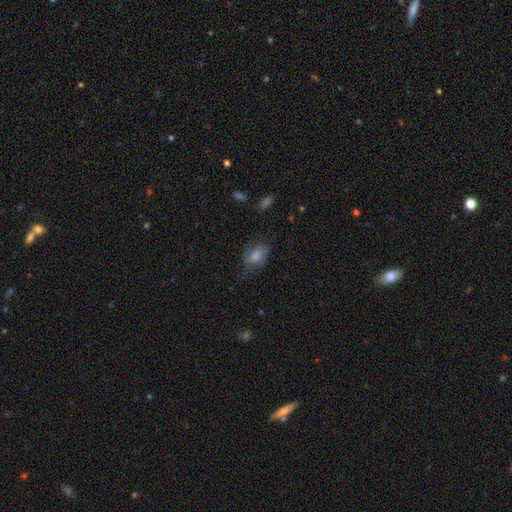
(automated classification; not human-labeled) smooth 52%, featured or disk 32%, star or artifact 17%. Down the decision tree: how rounded — in between (65%); merging — none (58%).